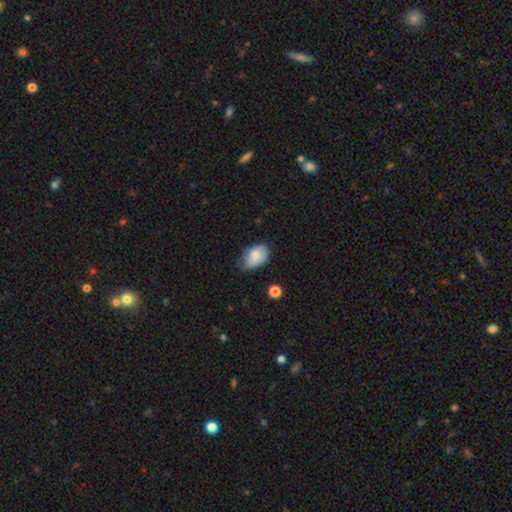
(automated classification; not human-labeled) smooth 78%, featured or disk 14%, star or artifact 7%. Down the decision tree: how rounded — in between (86%); merging — none (60%).